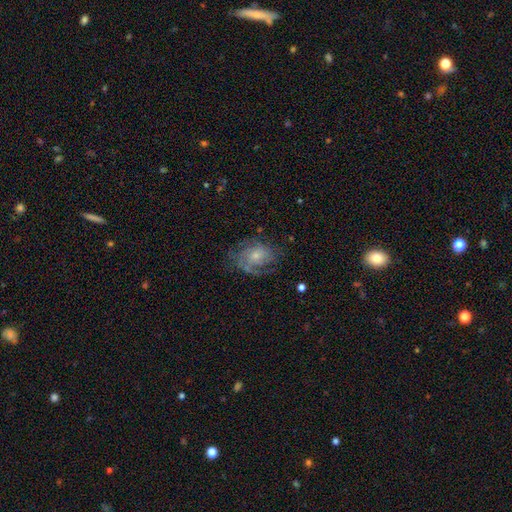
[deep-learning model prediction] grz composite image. It shows a featured or disk galaxy (74%) with no bar (74%), tight (47%) spiral arms (88%) and a small central bulge (61%). Merging: none (60%).